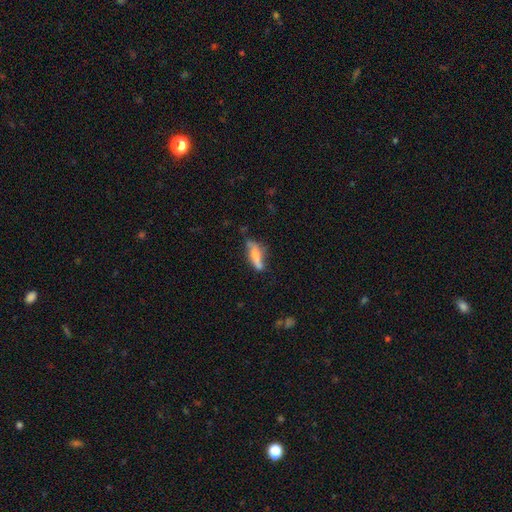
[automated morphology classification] Q: Smooth or featured?
A: smooth (53%); runner-up: featured or disk (39%)
Q: How rounded?
A: cigar-shaped (58%); runner-up: in between (39%)
Q: Merging?
A: none (55%); runner-up: minor disturbance (28%)